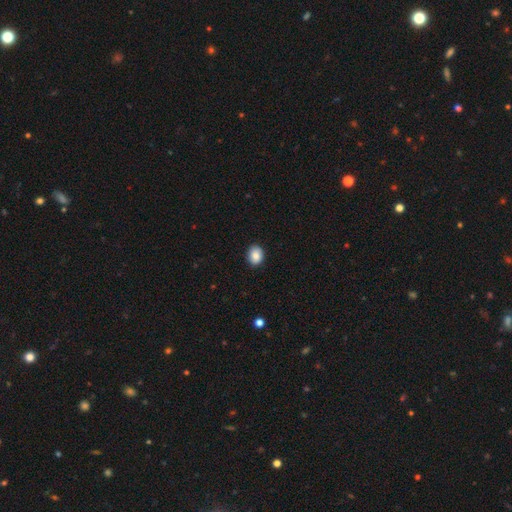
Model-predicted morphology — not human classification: The model was most divided on "how rounded": round: 53%, in between: 46%, cigar-shaped: 1%. More confident: merging — none (89%); smooth or featured — smooth (86%).